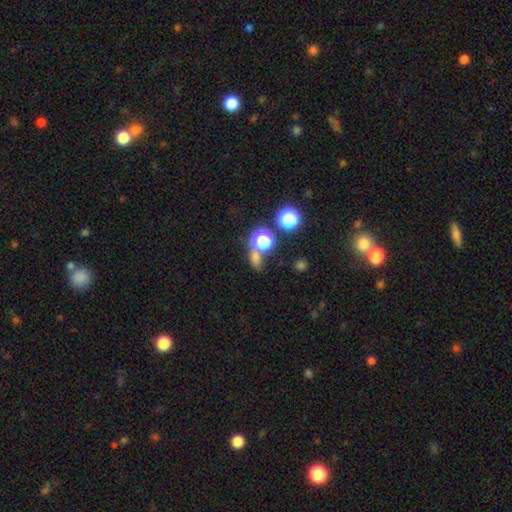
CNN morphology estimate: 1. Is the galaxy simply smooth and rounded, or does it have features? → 47% star or artifact, 43% smooth, 11% featured or disk.